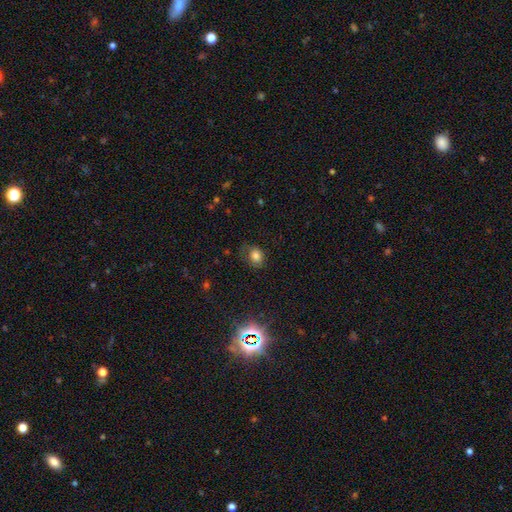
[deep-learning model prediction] Morphology: type=smooth (76%); roundness=in between (53%); merging=none (61%).